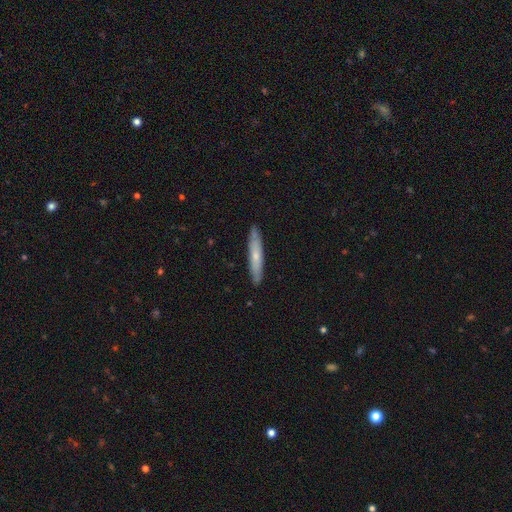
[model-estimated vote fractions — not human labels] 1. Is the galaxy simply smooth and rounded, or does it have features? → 57% smooth, 38% featured or disk, 5% star or artifact.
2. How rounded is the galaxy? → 92% cigar-shaped, 6% in between, 1% round.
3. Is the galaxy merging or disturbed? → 90% none, 8% minor disturbance, 1% major disturbance, 1% merger.